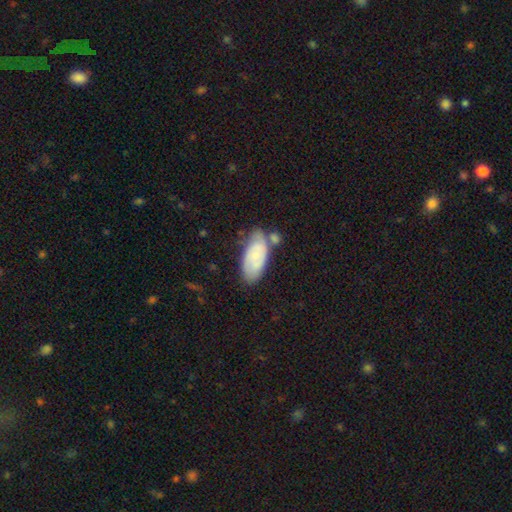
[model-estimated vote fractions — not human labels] A smooth galaxy with no disk features (51%) that is in between round and cigar-shaped (88%). Merging: none (54%).